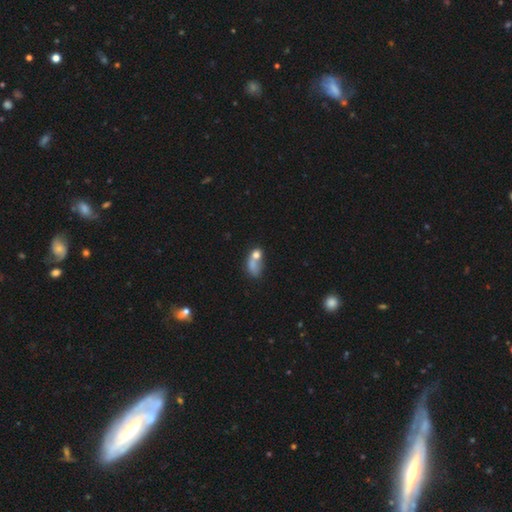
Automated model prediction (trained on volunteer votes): Smooth or featured?
  - smooth: 66% *
  - featured or disk: 21%
  - star or artifact: 14%
How rounded?
  - in between: 63% *
  - round: 32%
  - cigar-shaped: 5%
Merging?
  - merger: 51% *
  - none: 23%
  - major disturbance: 15%
  - minor disturbance: 11%